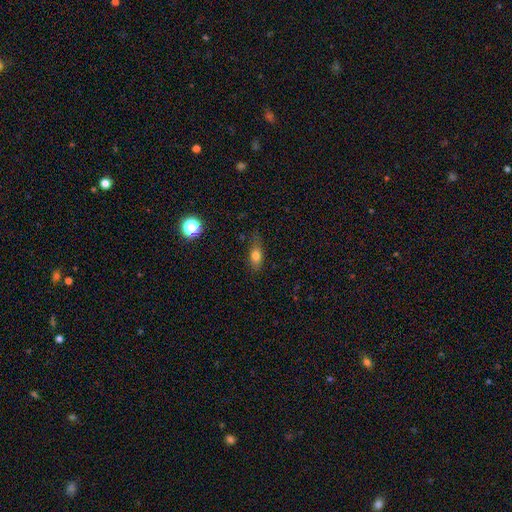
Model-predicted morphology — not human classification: smooth-or-featured: smooth: 74% | featured or disk: 15% | star or artifact: 11%
  how-rounded: in between: 73% | cigar-shaped: 16% | round: 11%
  merging: none: 68% | minor disturbance: 23% | major disturbance: 7% | merger: 2%